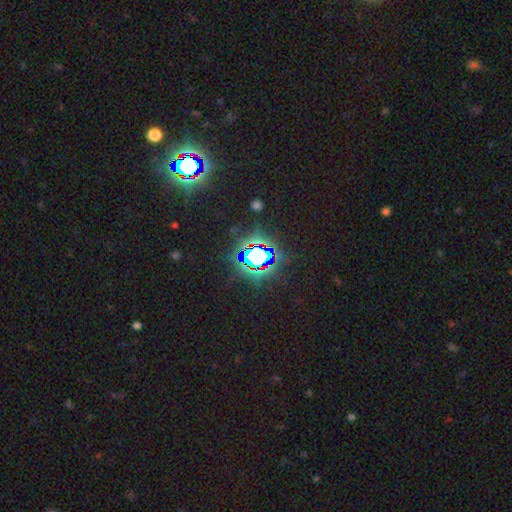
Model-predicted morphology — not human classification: This is likely a star or artifact rather than a galaxy (78%).